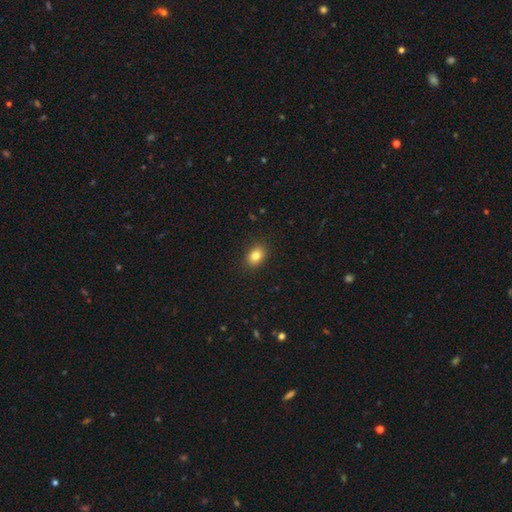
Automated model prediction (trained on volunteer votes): Smooth or featured? Predicted: smooth (p=0.83). How rounded? Predicted: in between (p=0.67). Merging? Predicted: none (p=0.89).